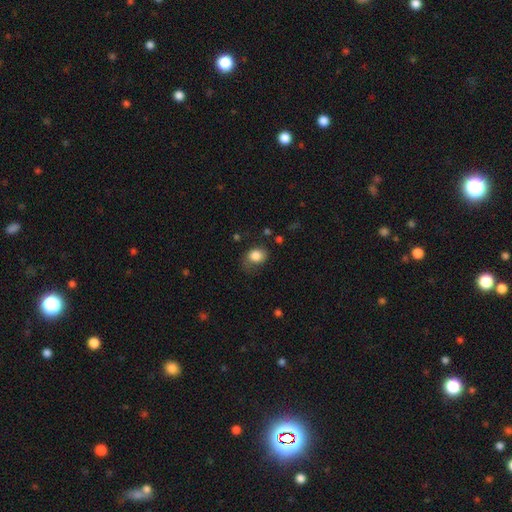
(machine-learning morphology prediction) Smooth or featured? Predicted: smooth (p=0.83). How rounded? Predicted: in between (p=0.51). Merging? Predicted: none (p=0.52).